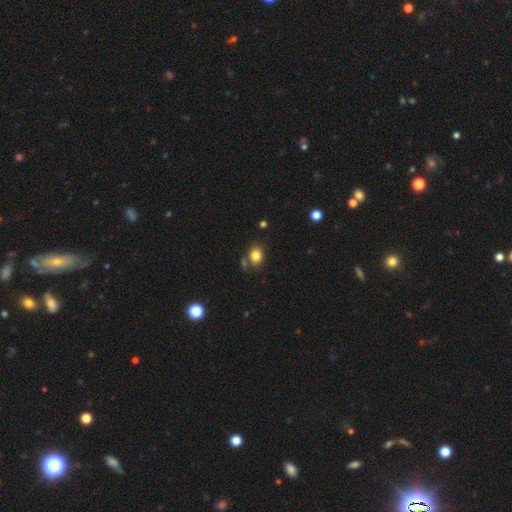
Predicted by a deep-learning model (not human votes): Smooth or featured? smooth (83%)
How rounded? round (50%)
Merging? none (74%)